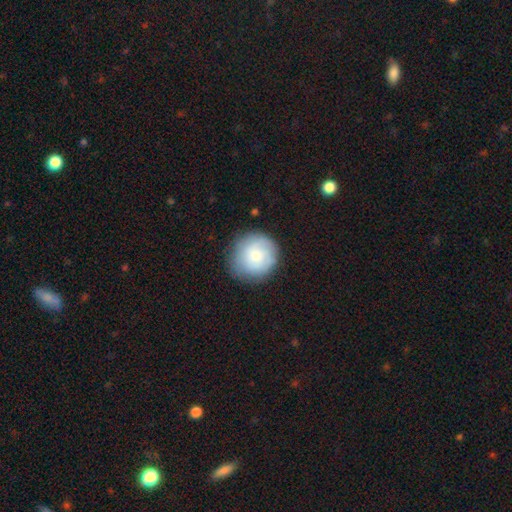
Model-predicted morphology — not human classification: Q: Smooth or featured?
A: smooth (69%); runner-up: featured or disk (24%)
Q: How rounded?
A: round (91%); runner-up: in between (8%)
Q: Merging?
A: none (80%); runner-up: minor disturbance (14%)